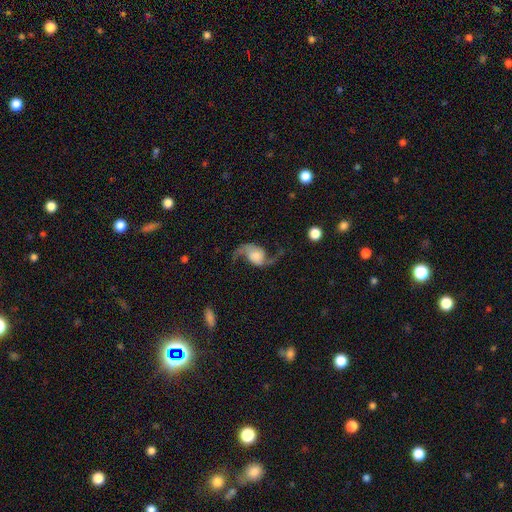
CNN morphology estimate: smooth-or-featured: featured or disk: 89% | smooth: 6% | star or artifact: 5%
  disk-edge-on: no: 98% | yes: 2%
    bar: no: 64% | weak: 27% | strong: 9%
    has-spiral-arms: yes: 97% | no: 3%
      spiral-winding: loose: 85% | medium: 12% | tight: 3%
      spiral-arm-count: 2: 94% | 1: 2% | can't tell: 1% | 3: 1% | 4: 1% | more than 4: 1%
    bulge-size: large: 34% | none: 21% | moderate: 17% | dominant: 16% | small: 13%
  merging: none: 74% | minor disturbance: 14% | major disturbance: 10% | merger: 2%